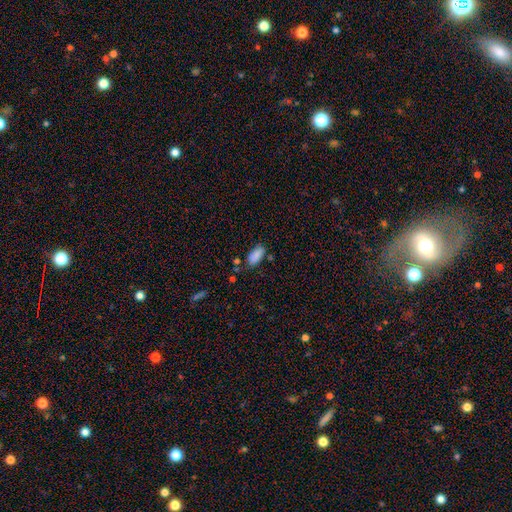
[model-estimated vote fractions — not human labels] smooth_or_featured: smooth (p=0.87) [alt: star or artifact p=0.08]
how_rounded: in between (p=0.91) [alt: cigar-shaped p=0.06]
merging: none (p=0.71) [alt: minor disturbance p=0.18]